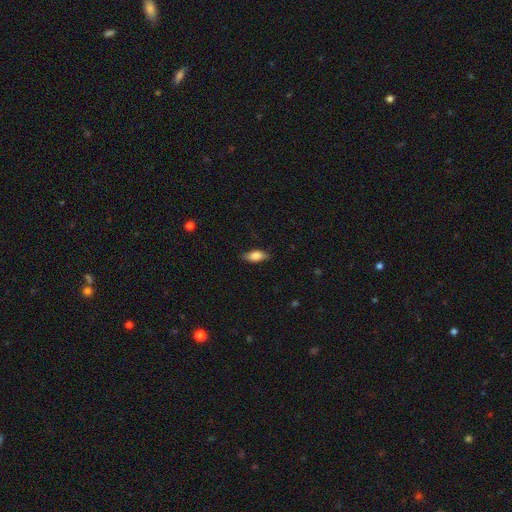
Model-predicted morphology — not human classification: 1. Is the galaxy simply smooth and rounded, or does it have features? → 77% smooth, 16% featured or disk, 7% star or artifact.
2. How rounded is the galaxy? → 82% in between, 14% cigar-shaped, 3% round.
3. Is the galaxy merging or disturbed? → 83% none, 13% minor disturbance, 3% major disturbance, 1% merger.